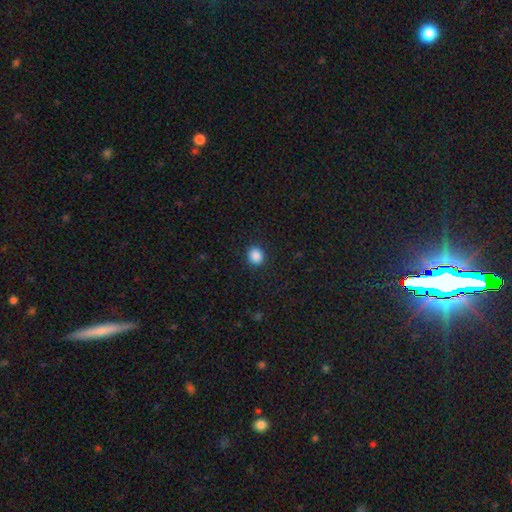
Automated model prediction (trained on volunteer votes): The model was most divided on "how rounded": round: 75%, in between: 24%, cigar-shaped: 1%. More confident: merging — none (90%); smooth or featured — smooth (88%).